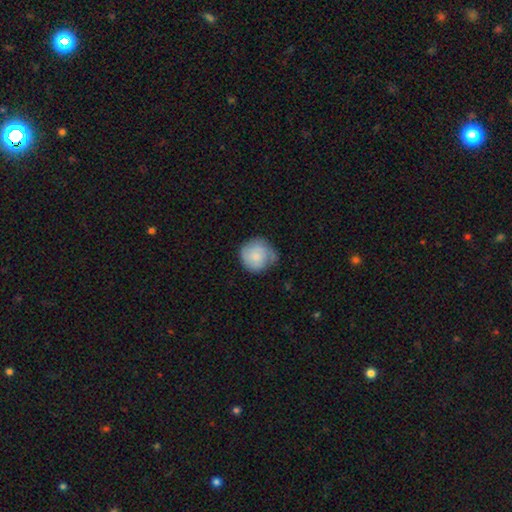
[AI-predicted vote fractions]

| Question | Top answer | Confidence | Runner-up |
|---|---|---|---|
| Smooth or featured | smooth | 63% | featured or disk (31%) |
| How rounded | round | 89% | in between (10%) |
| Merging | none | 57% | minor disturbance (31%) |